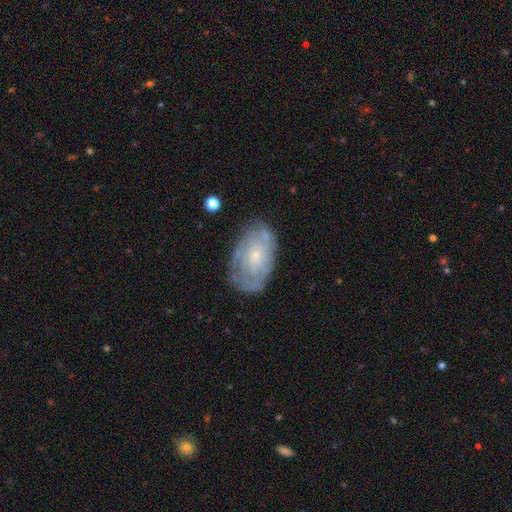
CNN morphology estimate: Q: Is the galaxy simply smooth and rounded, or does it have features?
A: featured or disk — 64%.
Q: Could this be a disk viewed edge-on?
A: no — 95%.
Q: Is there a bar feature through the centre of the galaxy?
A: no — 78%.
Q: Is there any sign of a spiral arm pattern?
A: yes — 72%.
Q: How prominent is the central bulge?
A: small — 73%.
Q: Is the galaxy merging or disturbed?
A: none — 70%.